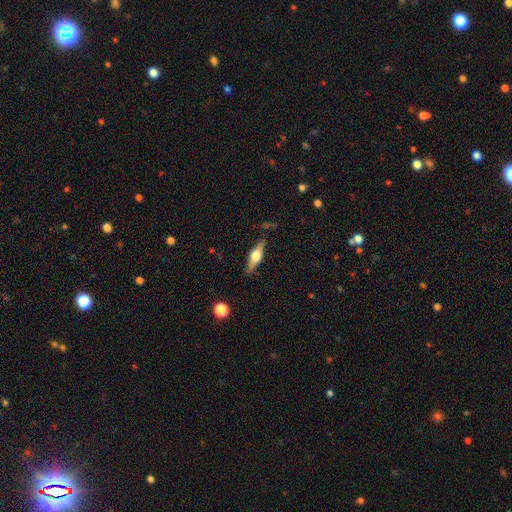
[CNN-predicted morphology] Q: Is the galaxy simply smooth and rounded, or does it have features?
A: featured or disk — 57%.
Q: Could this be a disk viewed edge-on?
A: yes — 93%.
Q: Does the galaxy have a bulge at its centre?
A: rounded — 92%.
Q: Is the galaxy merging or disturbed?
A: none — 83%.